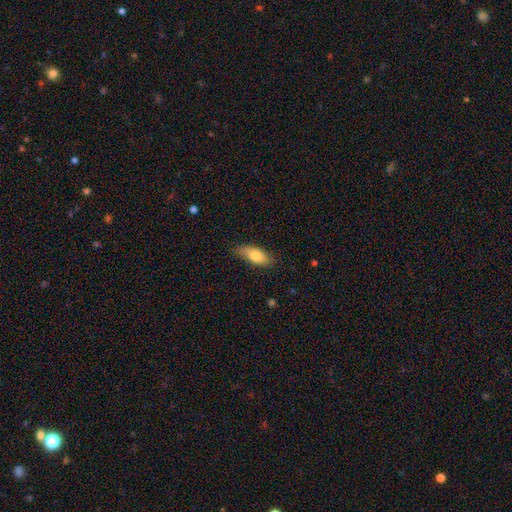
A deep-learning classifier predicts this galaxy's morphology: smooth_or_featured: smooth (p=0.77) [alt: featured or disk p=0.17]
how_rounded: in between (p=0.77) [alt: cigar-shaped p=0.21]
merging: none (p=0.80) [alt: minor disturbance p=0.16]